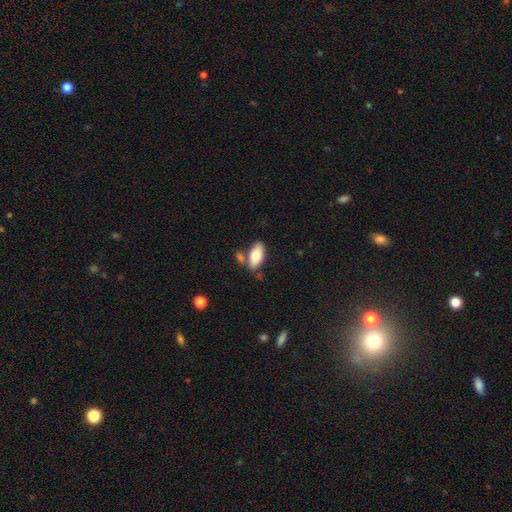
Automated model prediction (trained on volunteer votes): Overall: smooth (78%). How rounded: in between (90%). Merging: none (64%).